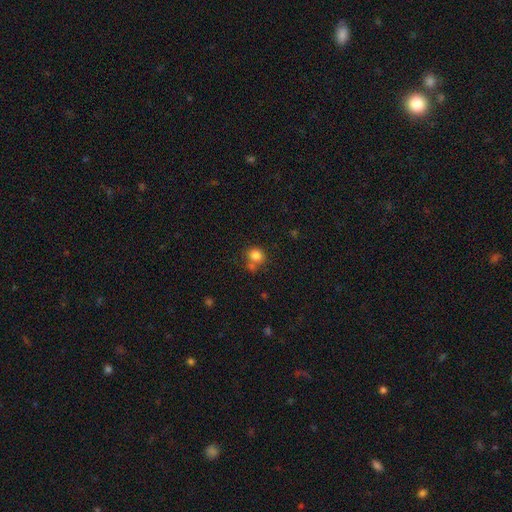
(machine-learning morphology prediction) Smooth or featured: smooth — 83% (star or artifact — 11%)
How rounded: round — 76% (in between — 23%)
Merging: none — 58% (merger — 22%)